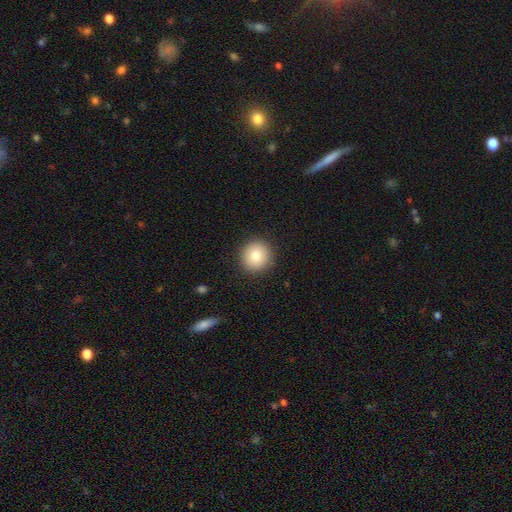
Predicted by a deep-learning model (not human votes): smooth 80%, featured or disk 11%, star or artifact 9%. Down the decision tree: how rounded — round (93%); merging — none (90%).